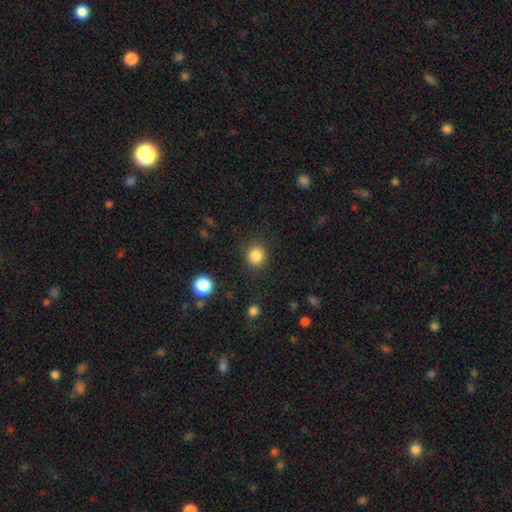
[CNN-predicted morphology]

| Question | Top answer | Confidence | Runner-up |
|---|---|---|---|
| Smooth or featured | smooth | 85% | star or artifact (11%) |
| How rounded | round | 87% | in between (12%) |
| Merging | none | 86% | minor disturbance (9%) |